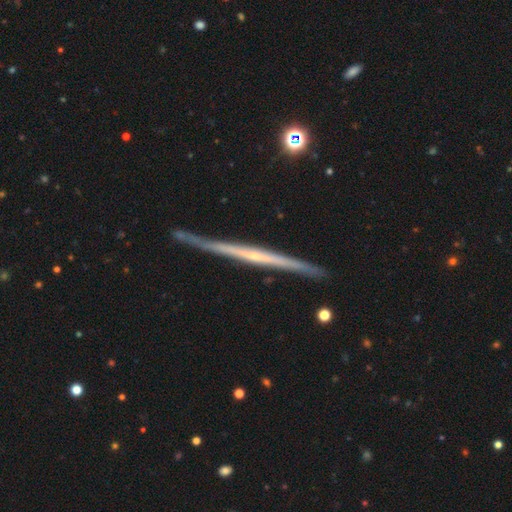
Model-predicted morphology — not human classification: This is clearly a featured or disk galaxy (81%). It is clearly viewed edge-on (98%). Edge-on bulge: possibly none (59%). Merging: clearly none (85%).